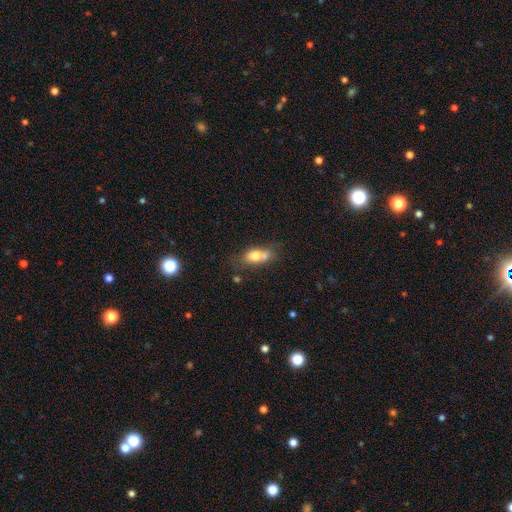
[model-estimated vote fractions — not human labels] Smooth or featured: smooth — 72% (featured or disk — 19%)
How rounded: in between — 74% (round — 16%)
Merging: none — 38% (tied with merger — 38%)